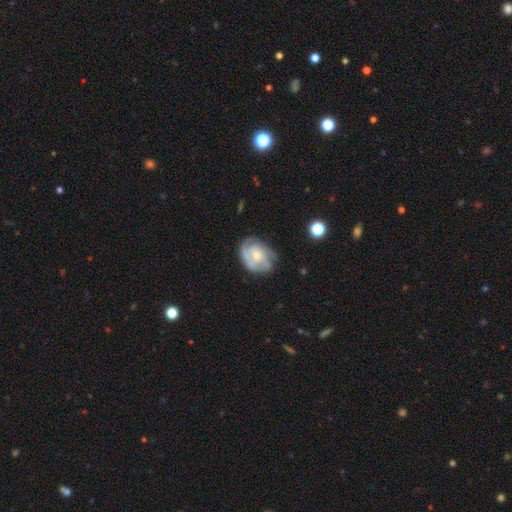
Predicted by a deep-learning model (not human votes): Smooth or featured: featured or disk — 74% (smooth — 21%)
Edge-on disk: no — 97% (yes — 3%)
Bar: no — 75% (weak — 21%)
Spiral arms: yes — 87% (no — 13%)
Spiral winding: tight — 55% (medium — 34%)
Spiral arm count: can't tell — 32% (2 — 29%)
Bulge size: small — 47% (moderate — 46%)
Merging: none — 63% (minor disturbance — 25%)